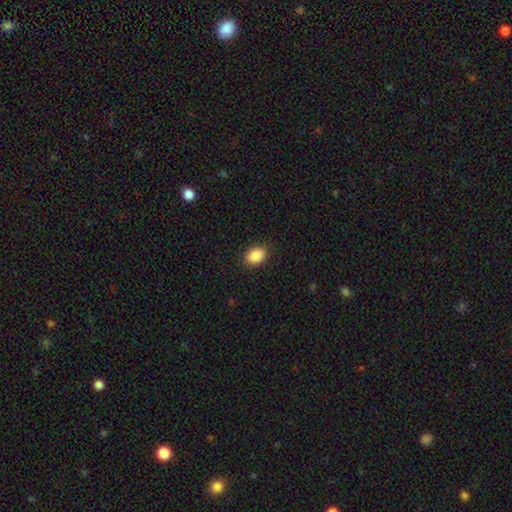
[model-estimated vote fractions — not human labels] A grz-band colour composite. It shows a smooth galaxy with no disk features (89%) that is in between round and cigar-shaped (79%). Merging: none (89%).